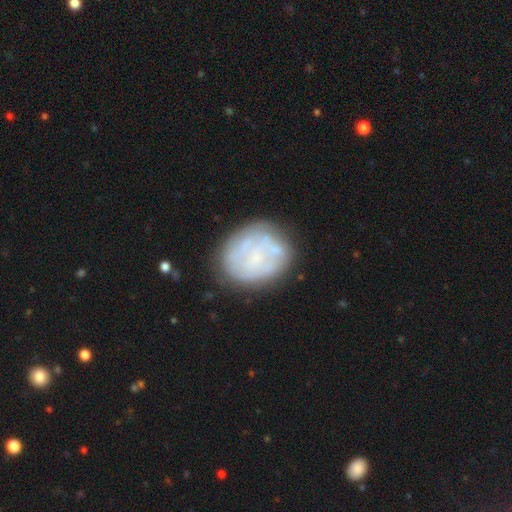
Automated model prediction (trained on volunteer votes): Morphology: type=featured or disk (51%); edge-on=no (98%); bar=no (82%); spiral arms=no (70%); bulge=none (54%); merging=none (66%).